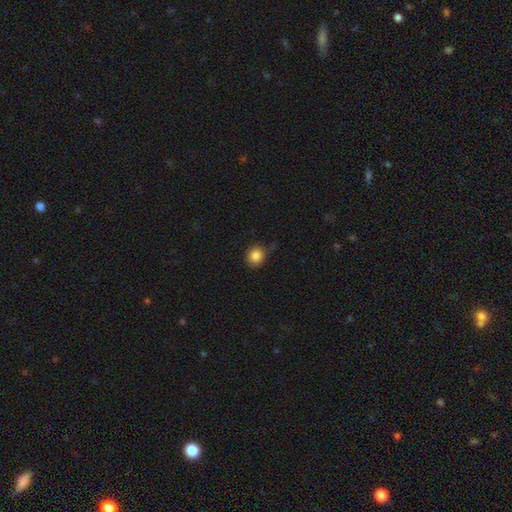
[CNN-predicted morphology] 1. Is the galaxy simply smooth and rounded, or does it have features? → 85% smooth, 10% star or artifact, 5% featured or disk.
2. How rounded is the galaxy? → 83% round, 16% in between, 1% cigar-shaped.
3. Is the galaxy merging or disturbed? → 76% none, 18% minor disturbance, 4% major disturbance, 2% merger.